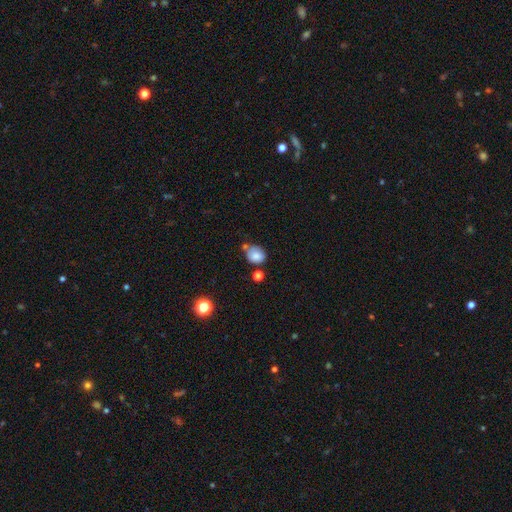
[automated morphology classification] The model was most divided on "how rounded": round: 59%, in between: 40%, cigar-shaped: 1%. More confident: smooth or featured — smooth (81%); merging — none (54%).